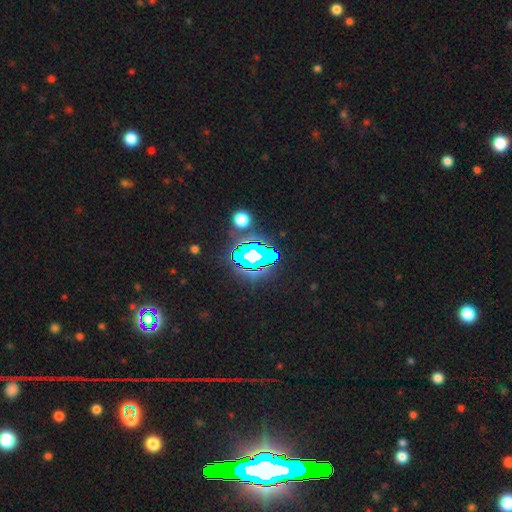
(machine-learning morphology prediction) Smooth or featured? Predicted: star or artifact (p=0.69).